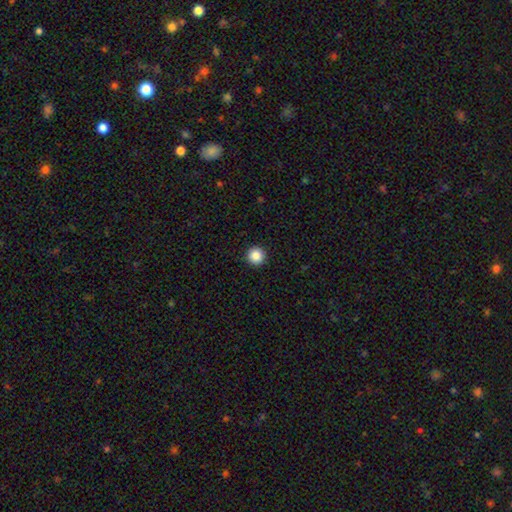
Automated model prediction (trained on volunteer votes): Smooth or featured? smooth (87%)
How rounded? round (96%)
Merging? none (94%)